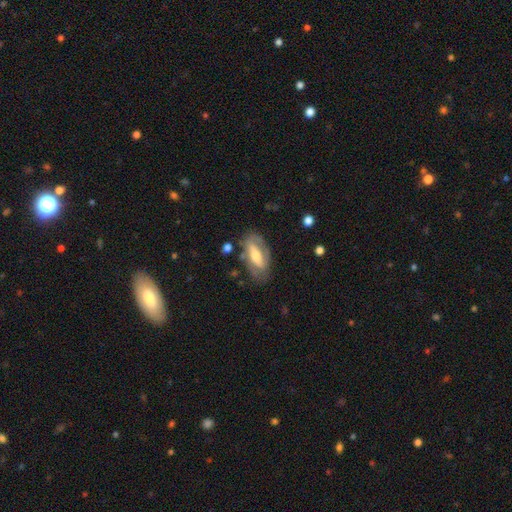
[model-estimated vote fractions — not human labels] Overall: featured or disk (60%; smooth 33%). Edge-on disk: no (85%). Bar: strong (44%; weak 31%). Spiral arms: yes (57%; no 43%). Bulge size: moderate (62%; small 25%). Merging: none (72%).